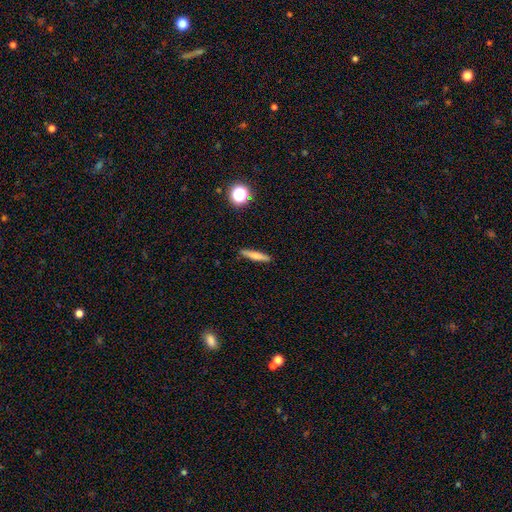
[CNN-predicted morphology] Smooth or featured? Predicted: smooth (p=0.67). How rounded? Predicted: cigar-shaped (p=0.88). Merging? Predicted: none (p=0.89).